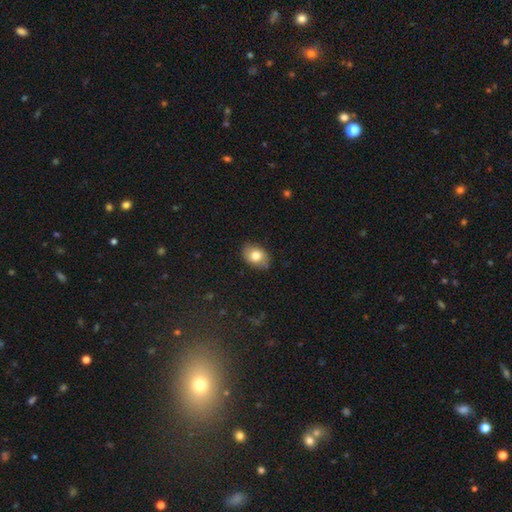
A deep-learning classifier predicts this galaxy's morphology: Smooth or featured: smooth — 79% (featured or disk — 14%)
How rounded: in between — 81% (round — 18%)
Merging: none — 85% (minor disturbance — 12%)